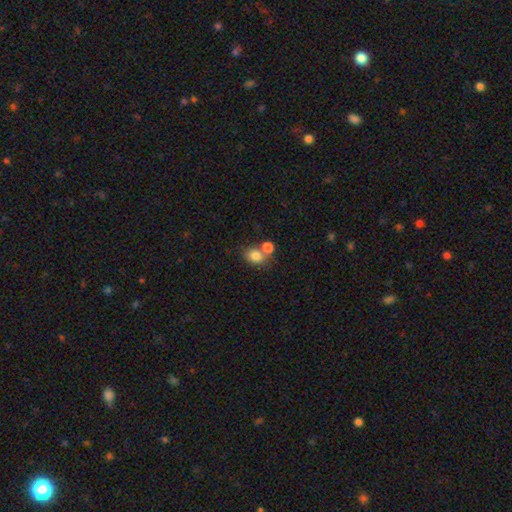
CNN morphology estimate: A smooth galaxy with no disk features (81%) that is in between round and cigar-shaped (53%).

Vote fractions:
- Smooth or featured? smooth: 81% / star or artifact: 10% / featured or disk: 8%
- How rounded? in between: 53% / round: 46% / cigar-shaped: 1%
- Merging? none: 47% / merger: 39% / minor disturbance: 10% / major disturbance: 4%